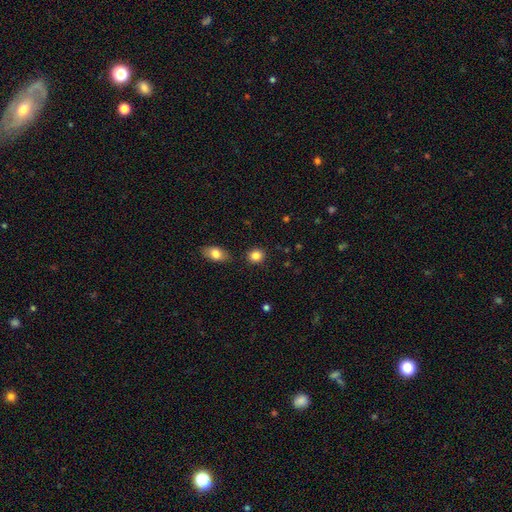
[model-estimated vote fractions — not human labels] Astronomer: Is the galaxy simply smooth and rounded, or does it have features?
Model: smooth — 85%.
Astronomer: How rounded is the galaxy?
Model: round — 76%.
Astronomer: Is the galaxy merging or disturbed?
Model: none — 85%.